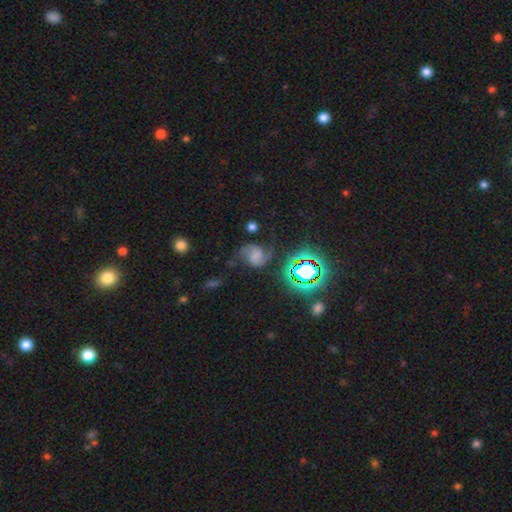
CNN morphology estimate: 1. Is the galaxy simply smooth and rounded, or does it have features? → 66% featured or disk, 18% smooth, 15% star or artifact.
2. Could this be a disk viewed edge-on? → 97% no, 3% yes.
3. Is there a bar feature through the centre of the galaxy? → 55% no, 32% weak, 13% strong.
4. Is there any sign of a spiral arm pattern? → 95% yes, 5% no.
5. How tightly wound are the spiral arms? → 50% loose, 40% medium, 10% tight.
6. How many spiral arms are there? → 91% 2, 3% 1, 3% can't tell, 1% 3, 1% 4, 1% more than 4.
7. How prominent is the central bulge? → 49% none, 15% large, 15% moderate, 14% small, 8% dominant.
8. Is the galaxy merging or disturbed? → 59% none, 20% minor disturbance, 17% major disturbance, 4% merger.